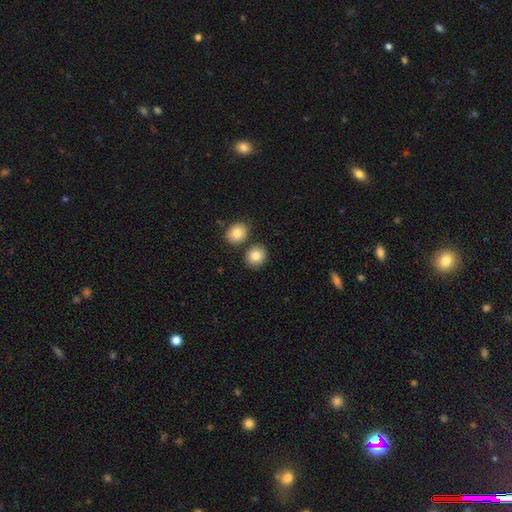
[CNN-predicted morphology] This is clearly a smooth galaxy (84%). How rounded: likely round (70%). Merging: likely none (77%).